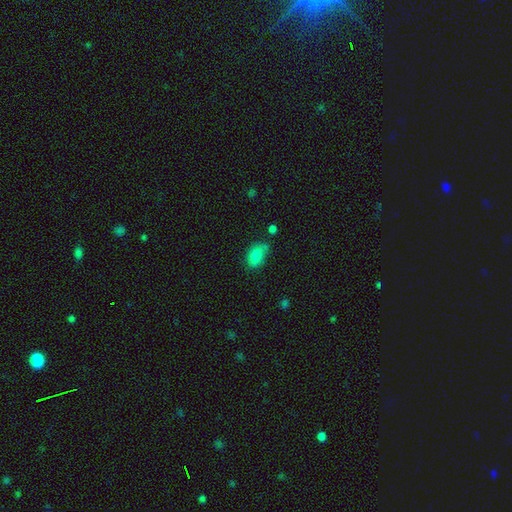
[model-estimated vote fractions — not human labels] The model was most divided on "merging": none: 60%, minor disturbance: 27%, major disturbance: 7%, merger: 6%. More confident: how rounded — in between (87%); smooth or featured — smooth (84%).